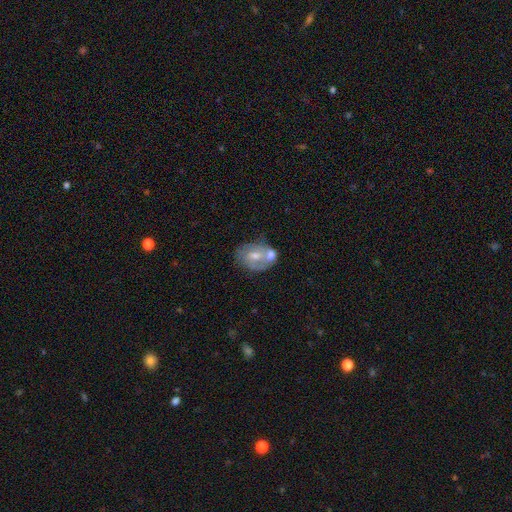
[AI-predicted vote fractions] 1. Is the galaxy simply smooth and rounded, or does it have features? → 55% featured or disk, 36% smooth, 9% star or artifact.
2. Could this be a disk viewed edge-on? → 96% no, 4% yes.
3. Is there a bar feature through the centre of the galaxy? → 62% no, 31% weak, 8% strong.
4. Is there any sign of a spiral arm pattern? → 52% yes, 48% no.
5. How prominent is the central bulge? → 66% moderate, 26% small, 4% large, 3% none, 1% dominant.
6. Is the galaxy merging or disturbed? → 44% none, 34% merger, 16% minor disturbance, 6% major disturbance.